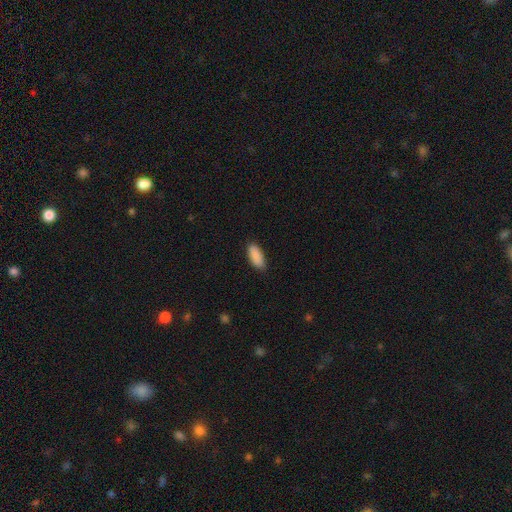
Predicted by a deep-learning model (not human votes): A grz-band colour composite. It shows a smooth galaxy with no disk features (90%) that is in between round and cigar-shaped (82%). Merging: none (86%).